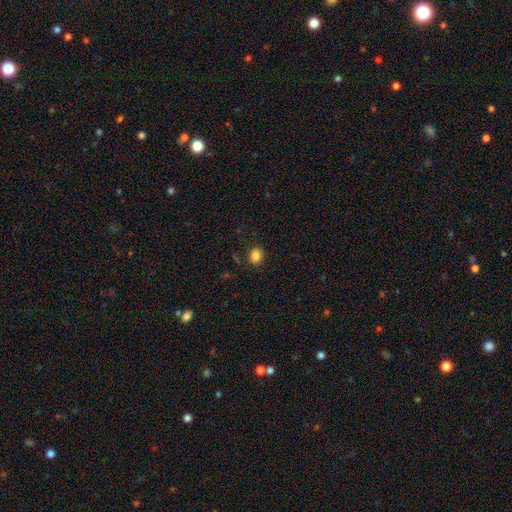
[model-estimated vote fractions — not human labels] Smooth or featured? smooth (84%)
How rounded? in between (52%)
Merging? none (85%)